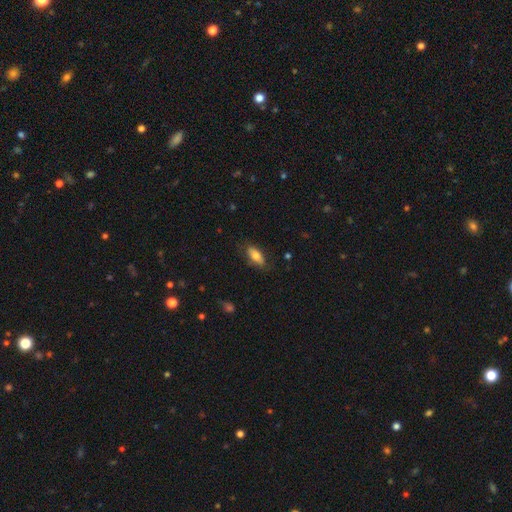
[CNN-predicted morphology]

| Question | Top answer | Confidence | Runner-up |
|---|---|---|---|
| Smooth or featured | smooth | 74% | featured or disk (20%) |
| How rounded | in between | 83% | cigar-shaped (14%) |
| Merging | none | 78% | minor disturbance (16%) |